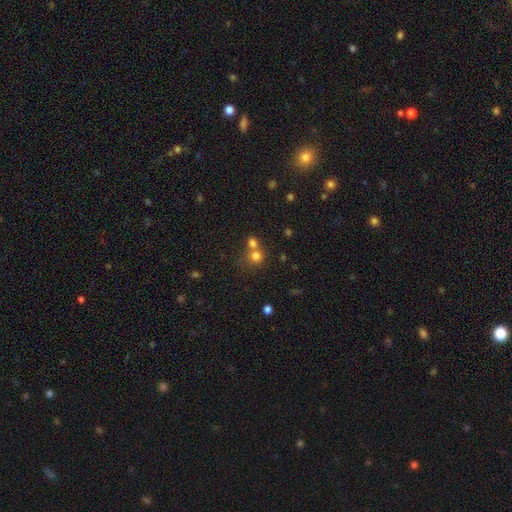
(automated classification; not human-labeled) Smooth or featured: smooth — 76% (star or artifact — 15%)
How rounded: round — 86% (in between — 13%)
Merging: merger — 45% (tied with none — 45%)